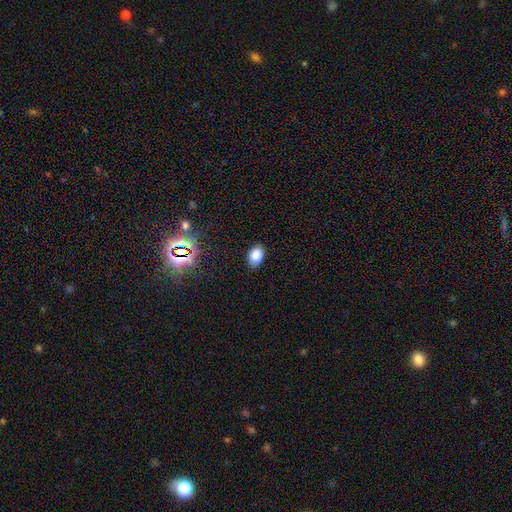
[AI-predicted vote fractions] A smooth galaxy with no disk features (84%) that is in between round and cigar-shaped (87%).

Vote fractions:
- Smooth or featured? smooth: 84% / star or artifact: 12% / featured or disk: 5%
- How rounded? in between: 87% / round: 12% / cigar-shaped: 1%
- Merging? none: 87% / minor disturbance: 10% / major disturbance: 2% / merger: 1%